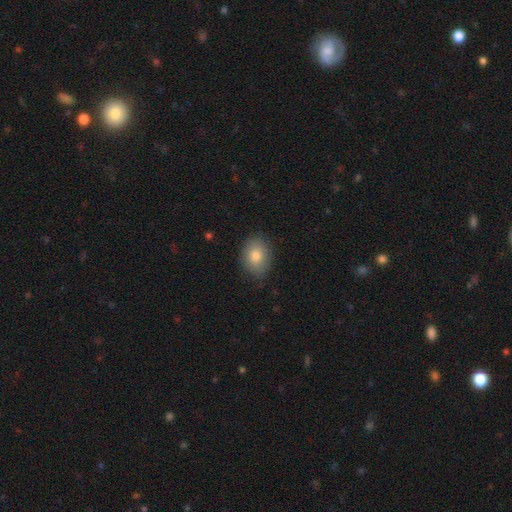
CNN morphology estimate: A smooth galaxy with no disk features (82%) that is in between round and cigar-shaped (62%).

Vote fractions:
- Smooth or featured? smooth: 82% / featured or disk: 10% / star or artifact: 8%
- How rounded? in between: 62% / round: 37% / cigar-shaped: 1%
- Merging? none: 83% / minor disturbance: 13% / major disturbance: 3% / merger: 1%